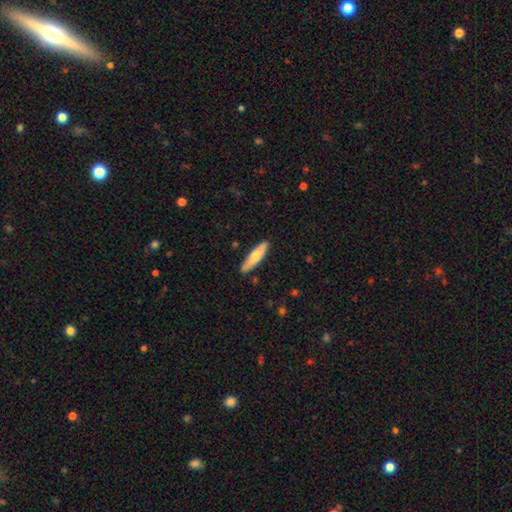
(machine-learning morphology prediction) smooth_or_featured: smooth (p=0.68) [alt: featured or disk p=0.27]
how_rounded: cigar-shaped (p=0.78) [alt: in between p=0.20]
merging: none (p=0.89) [alt: minor disturbance p=0.08]